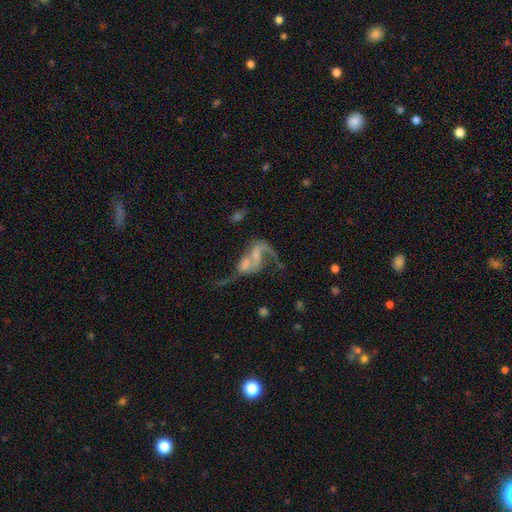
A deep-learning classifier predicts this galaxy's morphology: Smooth or featured? Predicted: featured or disk (p=0.68). Edge-on disk? Predicted: no (p=0.95). Bar? Predicted: no (p=0.57). Spiral arms? Predicted: yes (p=0.70). Bulge size? Predicted: none (p=0.36). Merging? Predicted: merger (p=0.51).